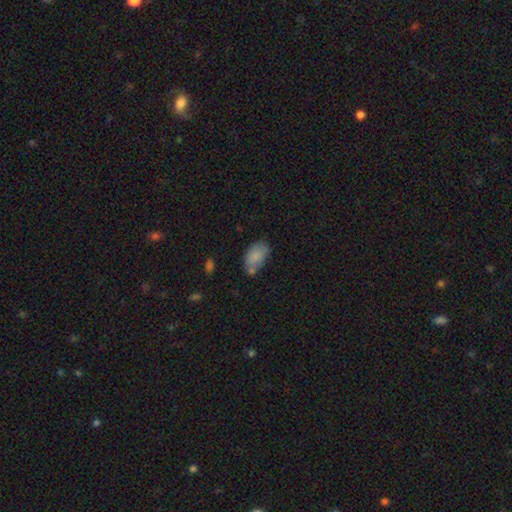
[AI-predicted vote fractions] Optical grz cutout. It shows a smooth galaxy with no disk features (84%) that is in between round and cigar-shaped (93%). Merging: none (58%).